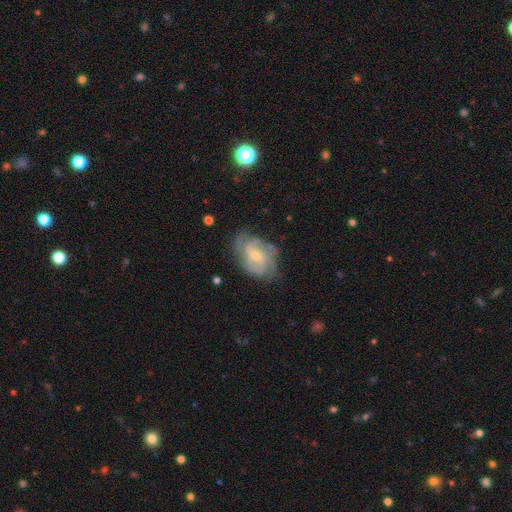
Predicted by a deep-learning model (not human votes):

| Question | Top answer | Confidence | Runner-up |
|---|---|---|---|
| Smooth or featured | featured or disk | 77% | smooth (17%) |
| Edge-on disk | no | 97% | yes (3%) |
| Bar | no | 57% | weak (36%) |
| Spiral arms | yes | 91% | no (9%) |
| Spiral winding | medium | 43% | tied: tight (43%) |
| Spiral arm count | can't tell | 29% | 3 (27%) |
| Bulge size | small | 66% | moderate (29%) |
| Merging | none | 65% | minor disturbance (23%) |